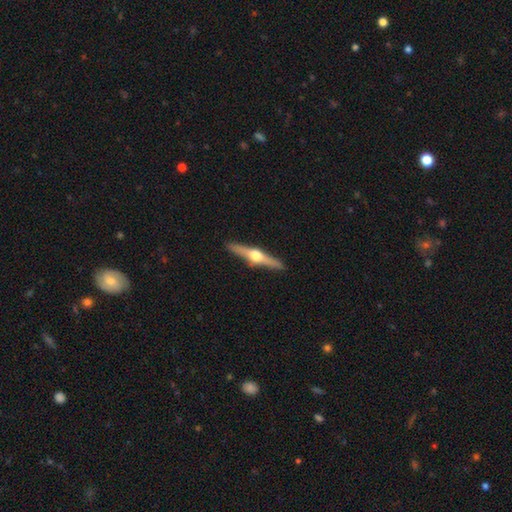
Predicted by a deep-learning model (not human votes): This appears to be a featured or disk galaxy (76%) viewed edge-on (98%) with a rounded central bulge (96%). Merging: none (91%).